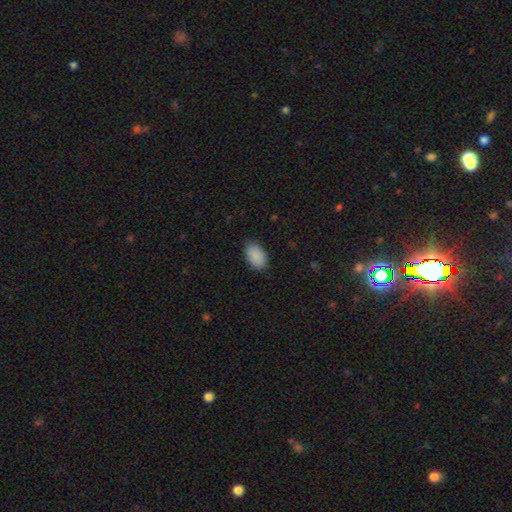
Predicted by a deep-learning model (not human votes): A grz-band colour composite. It shows a smooth galaxy with no disk features (90%) that is in between round and cigar-shaped (93%). Merging: none (85%).